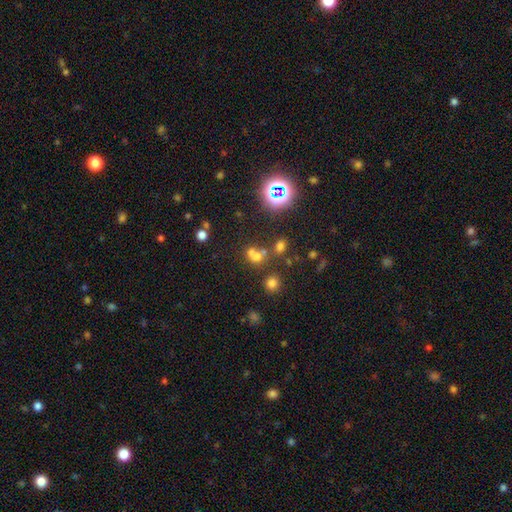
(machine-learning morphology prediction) A smooth galaxy with no disk features (52%) that is round (67%). Merging: none (44%).